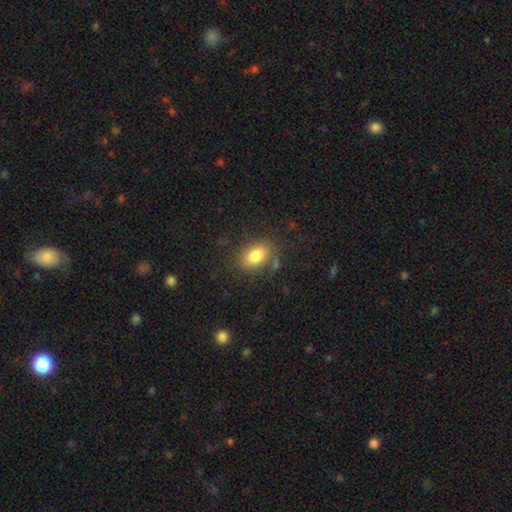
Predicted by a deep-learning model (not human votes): A smooth galaxy with no disk features (81%) that is in between round and cigar-shaped (81%).

Vote fractions:
- Smooth or featured? smooth: 81% / featured or disk: 10% / star or artifact: 9%
- How rounded? in between: 81% / round: 18% / cigar-shaped: 1%
- Merging? none: 76% / minor disturbance: 14% / major disturbance: 6% / merger: 4%